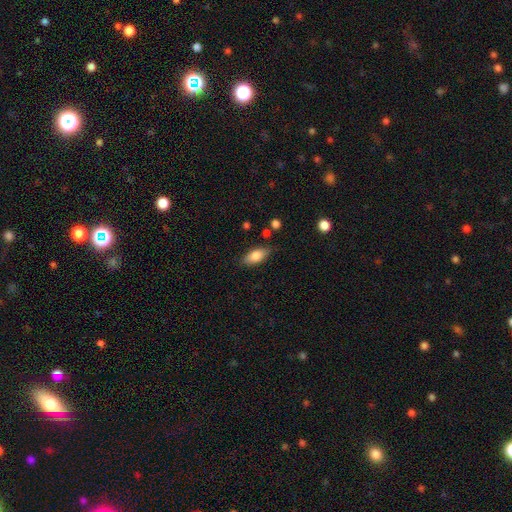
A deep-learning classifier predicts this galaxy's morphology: type=smooth (80%); roundness=in between (85%); merging=none (81%).